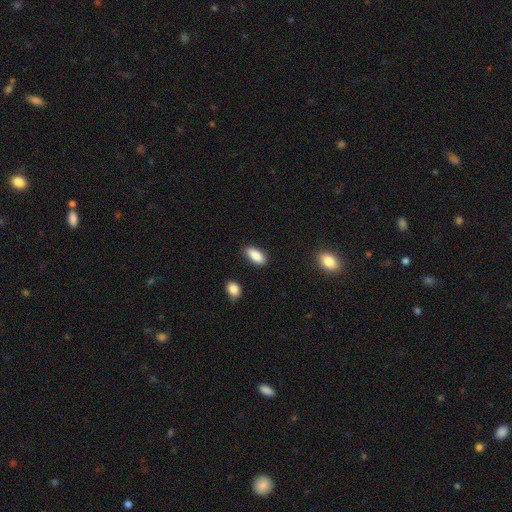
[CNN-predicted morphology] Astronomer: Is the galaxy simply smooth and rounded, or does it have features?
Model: smooth — 88%.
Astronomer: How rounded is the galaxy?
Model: in between — 86%.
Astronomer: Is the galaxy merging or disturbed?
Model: none — 85%.